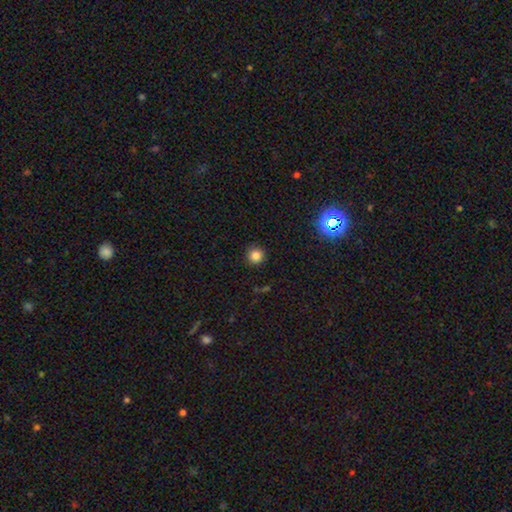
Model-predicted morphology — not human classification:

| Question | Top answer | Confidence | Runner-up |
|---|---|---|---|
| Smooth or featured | smooth | 82% | star or artifact (13%) |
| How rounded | round | 95% | in between (4%) |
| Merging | none | 91% | minor disturbance (6%) |